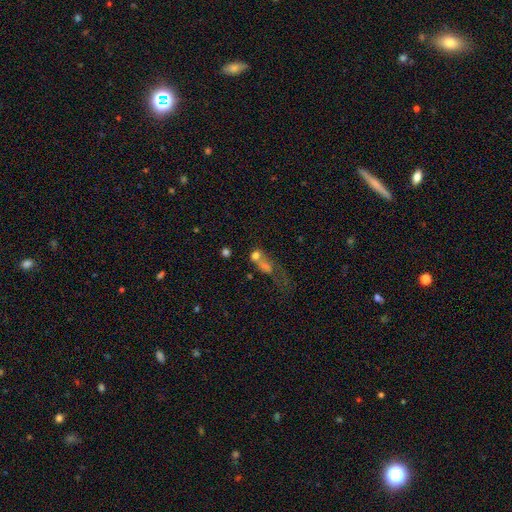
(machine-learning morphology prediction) smooth-or-featured: smooth: 63% | featured or disk: 20% | star or artifact: 17%
  how-rounded: round: 48% | in between: 45% | cigar-shaped: 7%
  merging: merger: 49% | none: 22% | major disturbance: 20% | minor disturbance: 9%